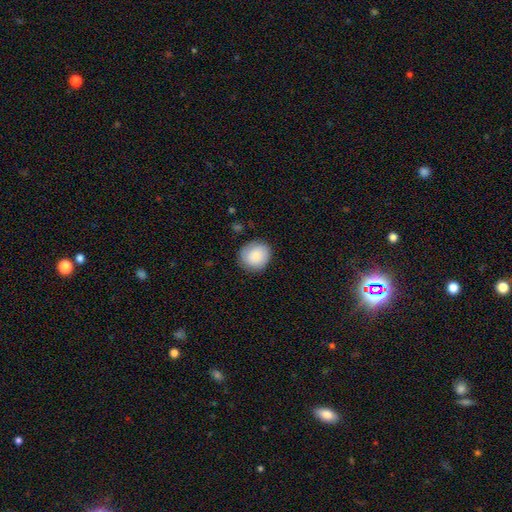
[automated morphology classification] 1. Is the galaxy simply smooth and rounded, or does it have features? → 85% smooth, 8% featured or disk, 7% star or artifact.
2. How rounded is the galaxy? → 83% round, 16% in between, 1% cigar-shaped.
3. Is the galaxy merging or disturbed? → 84% none, 12% minor disturbance, 3% major disturbance, 1% merger.